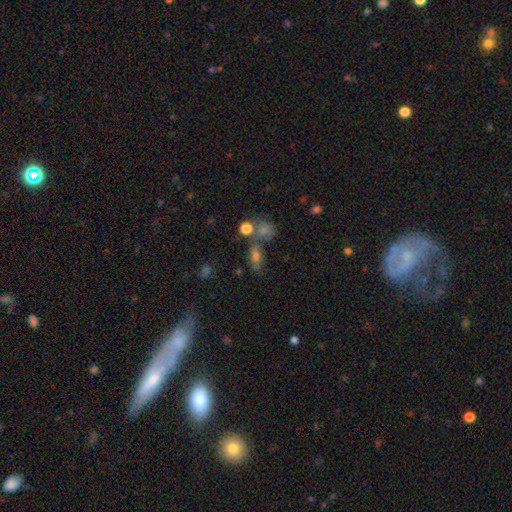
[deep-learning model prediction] Smooth or featured: smooth — 58% (star or artifact — 22%)
How rounded: in between — 66% (round — 24%)
Merging: none — 57% (merger — 22%)